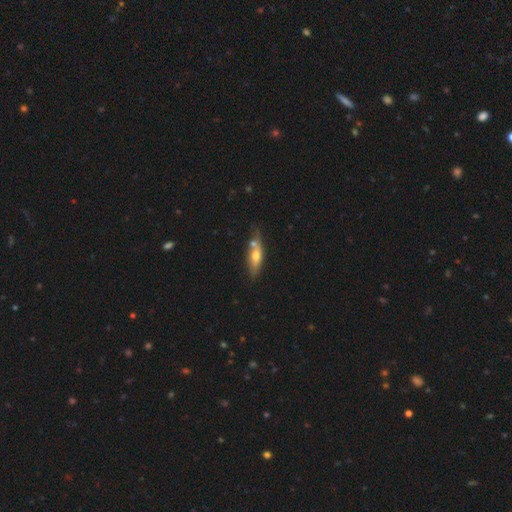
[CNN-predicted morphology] Overall: smooth (53%; featured or disk 40%). How rounded: cigar-shaped (49%; in between 47%). Merging: none (52%; minor disturbance 21%).